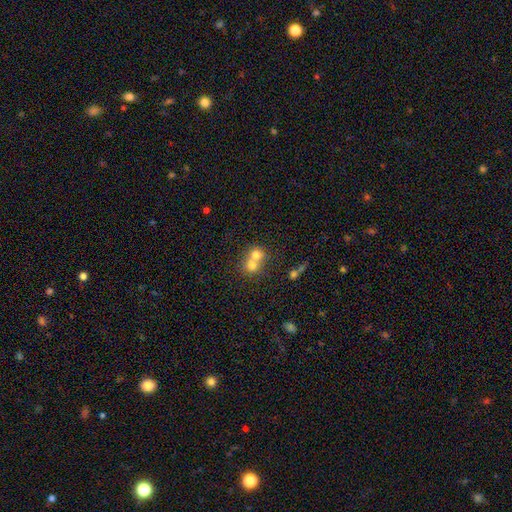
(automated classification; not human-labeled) Smooth or featured? Predicted: smooth (p=0.69). How rounded? Predicted: round (p=0.76). Merging? Predicted: merger (p=0.70).